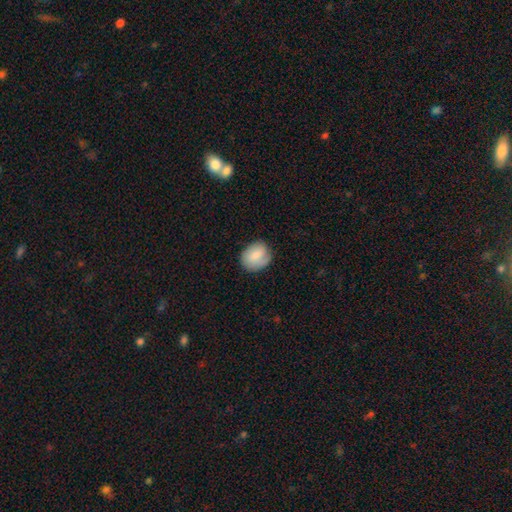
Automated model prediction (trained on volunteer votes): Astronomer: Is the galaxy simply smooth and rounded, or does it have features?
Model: smooth — 78%.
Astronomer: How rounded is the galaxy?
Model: round — 53% (runner-up: in between, 46%).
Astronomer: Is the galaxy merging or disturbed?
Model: none — 70%.